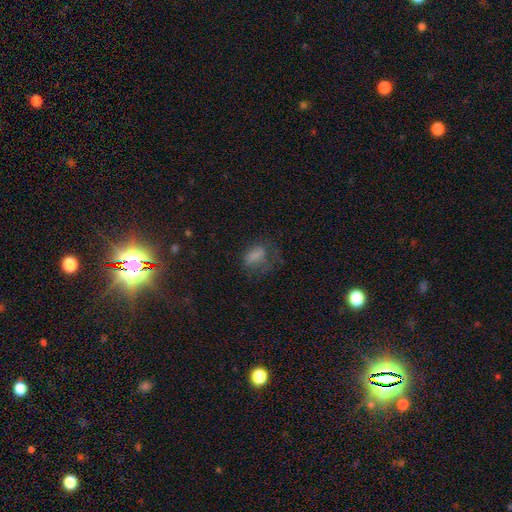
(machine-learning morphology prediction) The model was most divided on "merging": major disturbance: 37%, none: 36%, minor disturbance: 24%, merger: 3%. More confident: how rounded — in between (79%); smooth or featured — smooth (68%).